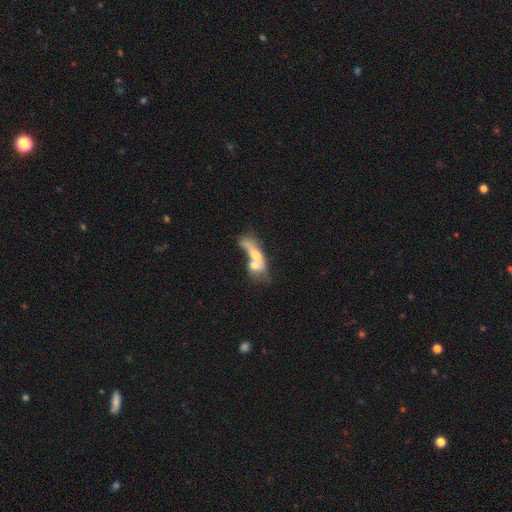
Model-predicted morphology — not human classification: Overall: smooth (47%; featured or disk 44%). Merging: merger (67%).